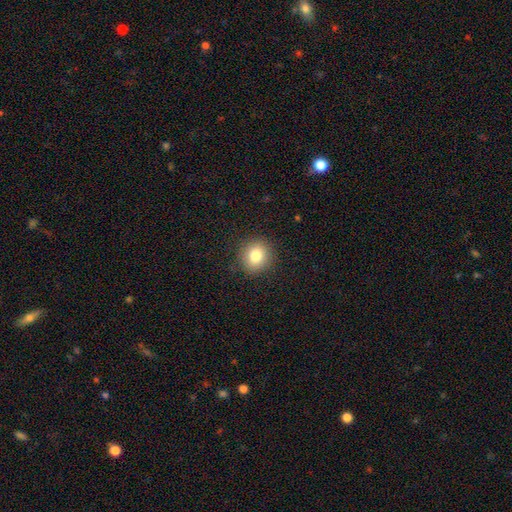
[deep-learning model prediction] Smooth or featured: smooth — 82% (star or artifact — 10%)
How rounded: round — 82% (in between — 17%)
Merging: none — 89% (minor disturbance — 8%)